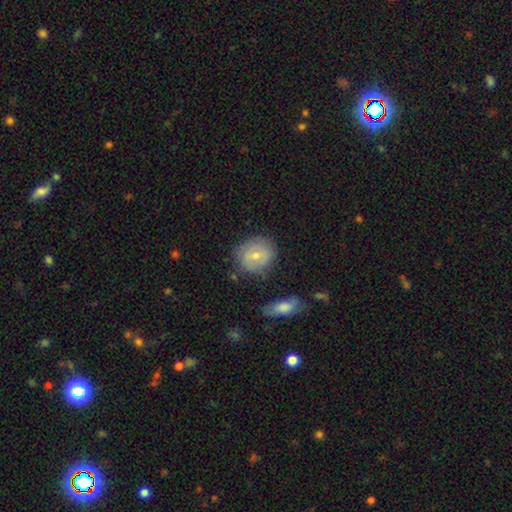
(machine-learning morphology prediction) Smooth or featured: smooth — 65% (featured or disk — 28%)
How rounded: round — 72% (in between — 26%)
Merging: none — 76% (minor disturbance — 16%)